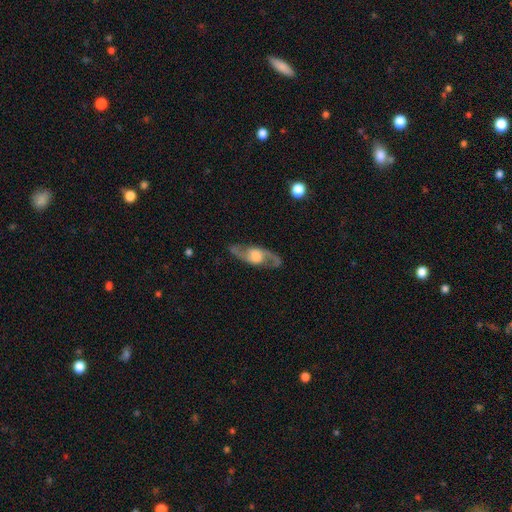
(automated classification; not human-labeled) This appears to be a featured or disk galaxy (81%) with no bar (62%), 2 (91%) medium (45%) spiral arms (88%) and a large central bulge (50%). Merging: none (82%).